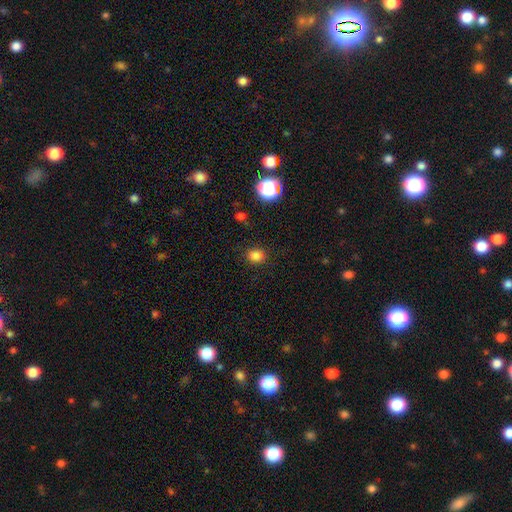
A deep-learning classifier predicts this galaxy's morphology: type=smooth (82%); roundness=round (70%); merging=none (88%).